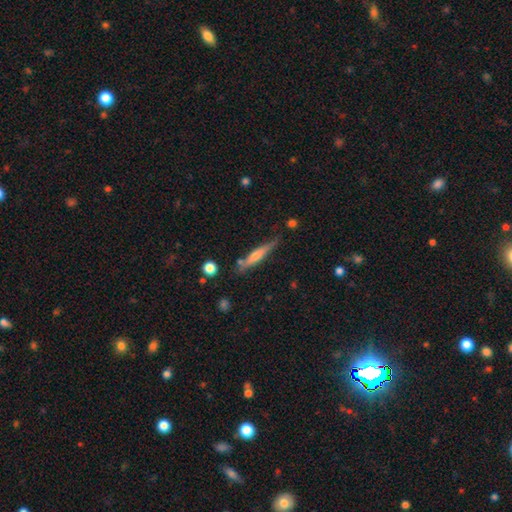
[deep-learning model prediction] smooth-or-featured: featured or disk: 50% | smooth: 43% | star or artifact: 7%
  disk-edge-on: yes: 94% | no: 6%
  merging: none: 76% | minor disturbance: 17% | merger: 4% | major disturbance: 3%